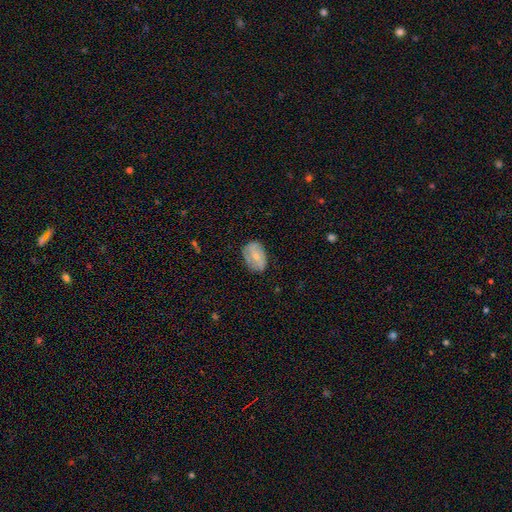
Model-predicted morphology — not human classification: Overall: smooth (57%; featured or disk 35%). How rounded: in between (81%). Merging: none (73%).